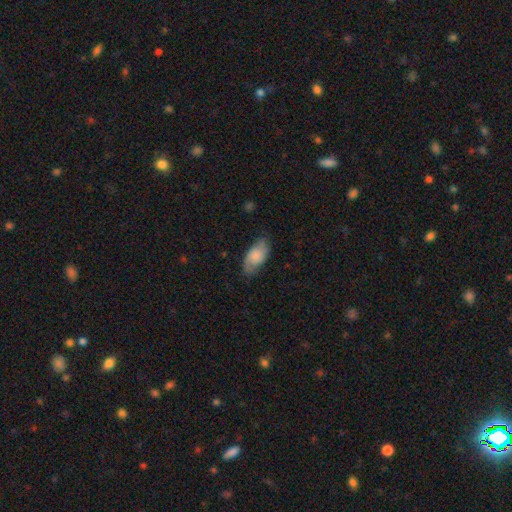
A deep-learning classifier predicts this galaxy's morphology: Smooth or featured? smooth (69%)
How rounded? in between (92%)
Merging? none (70%)